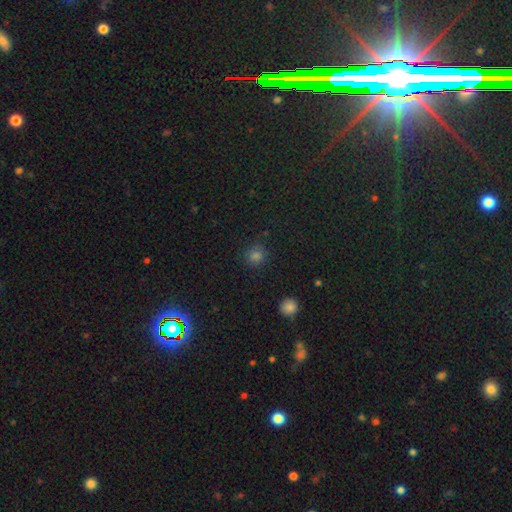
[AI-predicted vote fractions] A smooth galaxy with no disk features (72%) that is round (87%).

Vote fractions:
- Smooth or featured? smooth: 72% / star or artifact: 23% / featured or disk: 5%
- How rounded? round: 87% / in between: 12% / cigar-shaped: 1%
- Merging? none: 82% / minor disturbance: 12% / major disturbance: 4% / merger: 2%